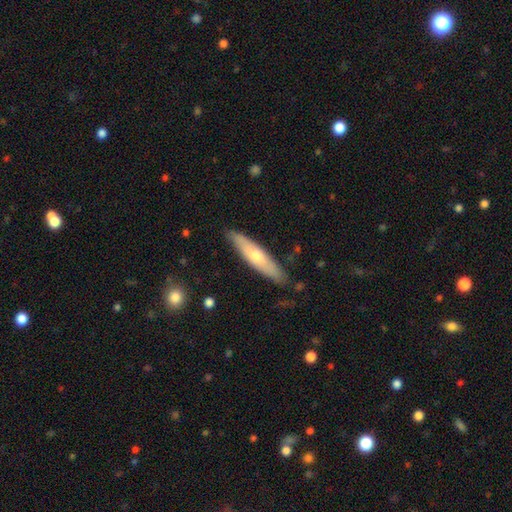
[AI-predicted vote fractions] Q: Smooth or featured?
A: smooth (54%); runner-up: featured or disk (41%)
Q: How rounded?
A: cigar-shaped (80%); runner-up: in between (18%)
Q: Merging?
A: none (85%); runner-up: minor disturbance (12%)